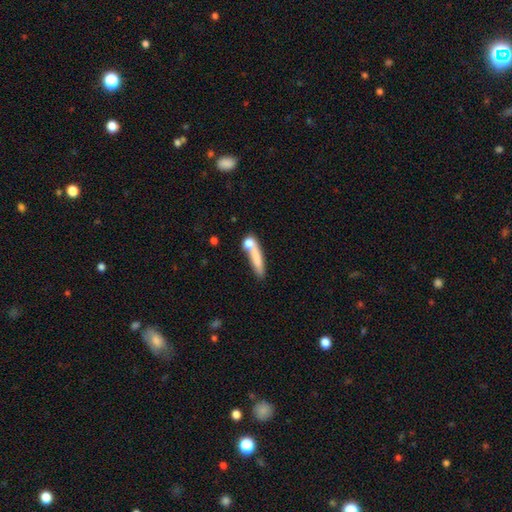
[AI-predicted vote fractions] A smooth galaxy with no disk features (72%) that is cigar-shaped (78%).

Vote fractions:
- Smooth or featured? smooth: 72% / featured or disk: 20% / star or artifact: 8%
- How rounded? cigar-shaped: 78% / in between: 16% / round: 6%
- Merging? none: 53% / merger: 24% / minor disturbance: 16% / major disturbance: 8%